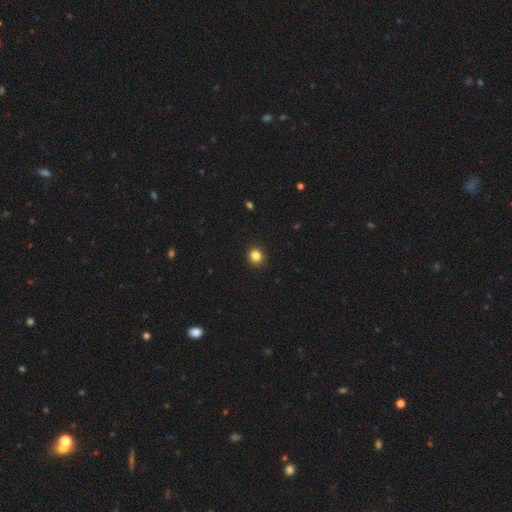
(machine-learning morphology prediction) The model was most divided on "how rounded": round: 85%, in between: 14%, cigar-shaped: 1%. More confident: merging — none (92%); smooth or featured — smooth (84%).